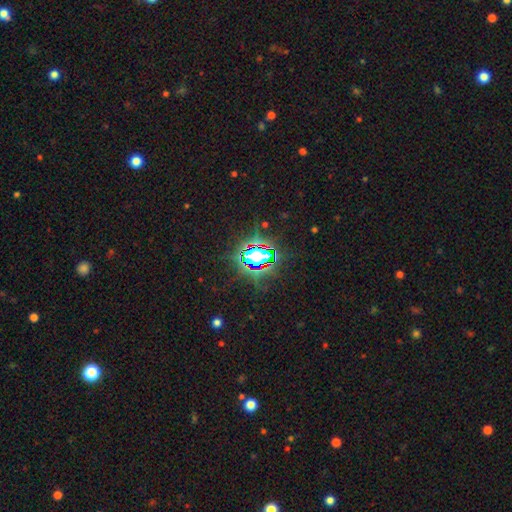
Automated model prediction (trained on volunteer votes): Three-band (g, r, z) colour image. It shows a star or artifact, not a galaxy (77%).